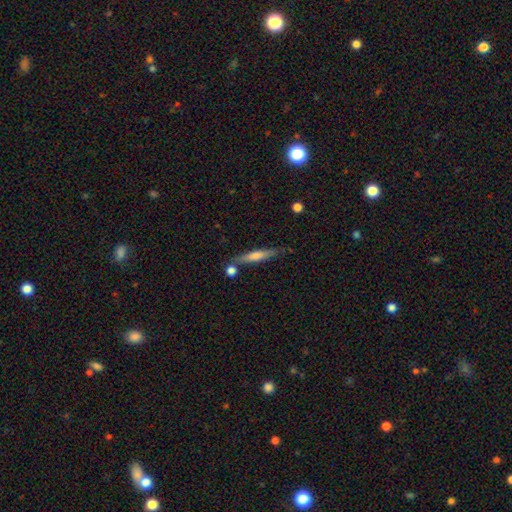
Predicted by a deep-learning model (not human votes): Smooth or featured? featured or disk (52%)
Edge-on disk? yes (95%)
Merging? none (78%)